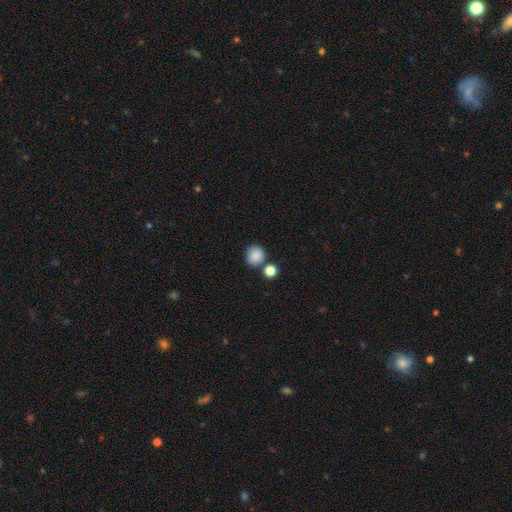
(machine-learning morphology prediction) Overall: smooth (86%). How rounded: round (85%). Merging: none (70%).